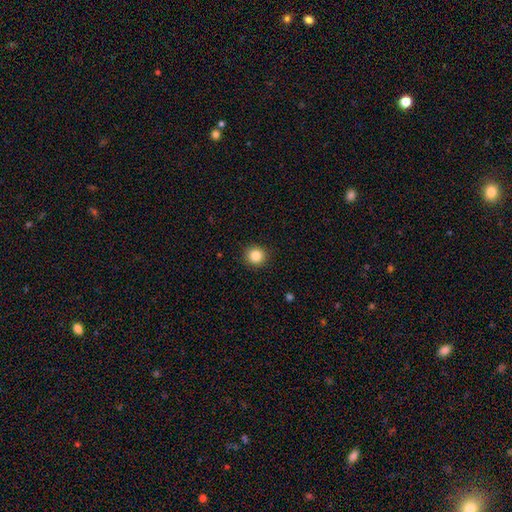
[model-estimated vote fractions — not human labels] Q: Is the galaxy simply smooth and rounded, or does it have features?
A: smooth — 85%.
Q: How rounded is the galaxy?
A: round — 93%.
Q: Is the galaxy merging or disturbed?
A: none — 92%.